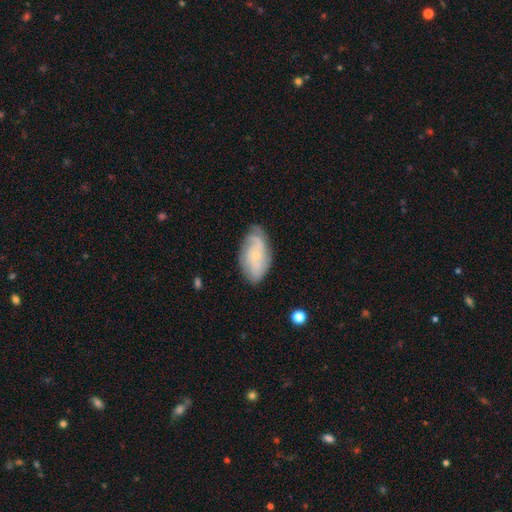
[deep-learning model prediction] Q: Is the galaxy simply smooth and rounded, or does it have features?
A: featured or disk — 66%.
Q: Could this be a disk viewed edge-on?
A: no — 95%.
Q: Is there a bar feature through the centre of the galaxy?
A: no — 75%.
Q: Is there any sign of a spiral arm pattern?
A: yes — 89%.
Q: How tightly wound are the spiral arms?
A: tight — 53%.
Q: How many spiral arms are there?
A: can't tell — 40%.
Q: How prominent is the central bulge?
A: small — 77%.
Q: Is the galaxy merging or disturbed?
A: none — 73%.